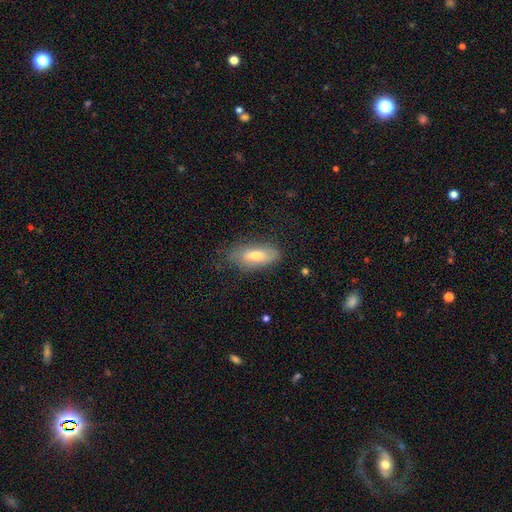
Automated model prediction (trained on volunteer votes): Smooth or featured: smooth — 70% (featured or disk — 23%)
How rounded: in between — 81% (cigar-shaped — 16%)
Merging: none — 68% (minor disturbance — 24%)